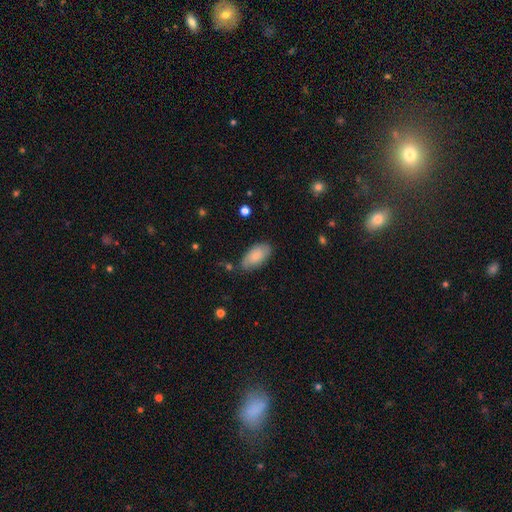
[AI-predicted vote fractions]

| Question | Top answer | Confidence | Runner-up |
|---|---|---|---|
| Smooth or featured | smooth | 77% | featured or disk (16%) |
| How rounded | in between | 94% | cigar-shaped (3%) |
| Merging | none | 75% | minor disturbance (19%) |